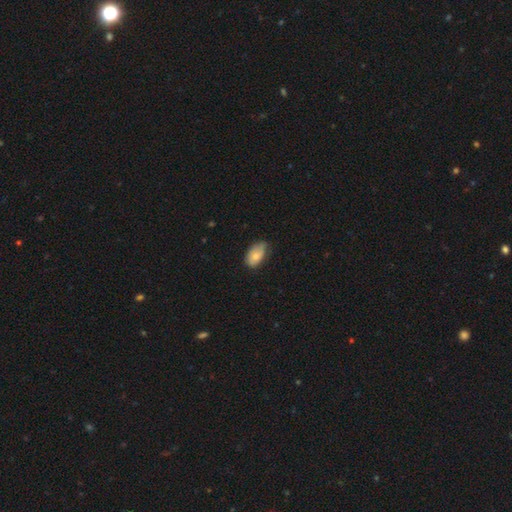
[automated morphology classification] smooth_or_featured: smooth (p=0.79) [alt: featured or disk p=0.14]
how_rounded: in between (p=0.92) [alt: round p=0.06]
merging: none (p=0.54) [alt: minor disturbance p=0.37]